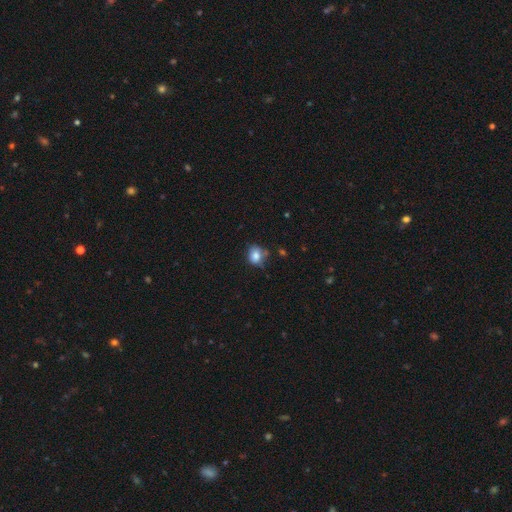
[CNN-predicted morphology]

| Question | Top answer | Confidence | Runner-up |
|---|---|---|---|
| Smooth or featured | smooth | 80% | star or artifact (10%) |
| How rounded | round | 63% | in between (36%) |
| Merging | none | 58% | minor disturbance (28%) |